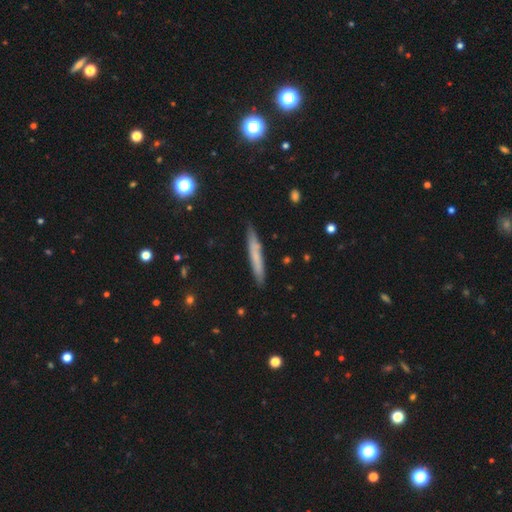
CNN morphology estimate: A smooth galaxy with no disk features (64%) that is cigar-shaped (95%). Merging: none (87%).